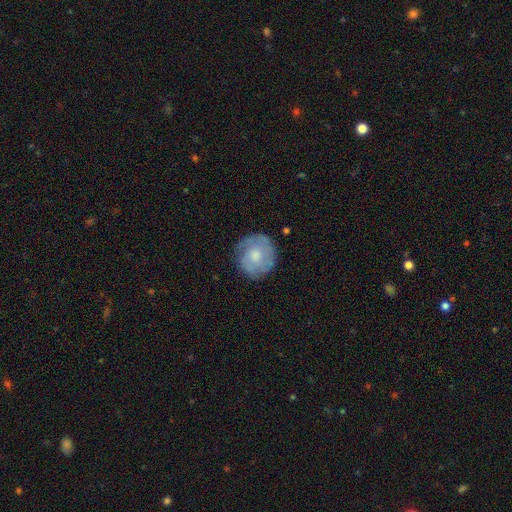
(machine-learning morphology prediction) Smooth or featured? featured or disk (51%)
Edge-on disk? no (97%)
Merging? none (76%)